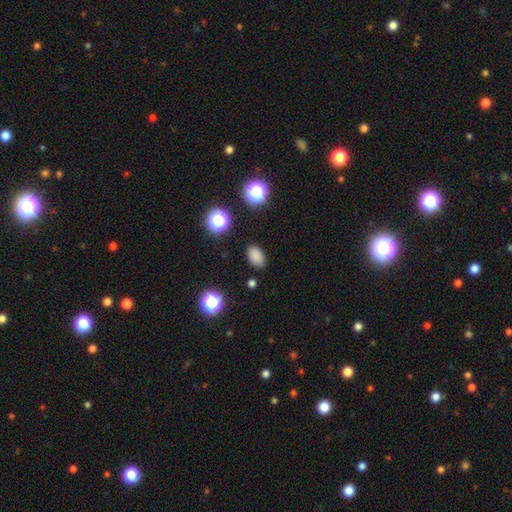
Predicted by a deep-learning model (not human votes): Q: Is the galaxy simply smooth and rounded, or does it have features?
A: smooth — 83%.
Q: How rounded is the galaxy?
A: in between — 87%.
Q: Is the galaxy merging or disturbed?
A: none — 86%.